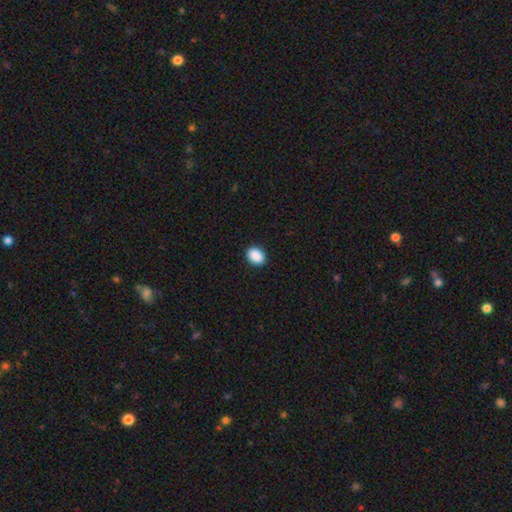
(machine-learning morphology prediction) A smooth galaxy with no disk features (90%) that is in between round and cigar-shaped (67%).

Vote fractions:
- Smooth or featured? smooth: 90% / star or artifact: 8% / featured or disk: 2%
- How rounded? in between: 67% / round: 32% / cigar-shaped: 1%
- Merging? none: 91% / minor disturbance: 6% / major disturbance: 2% / merger: 1%